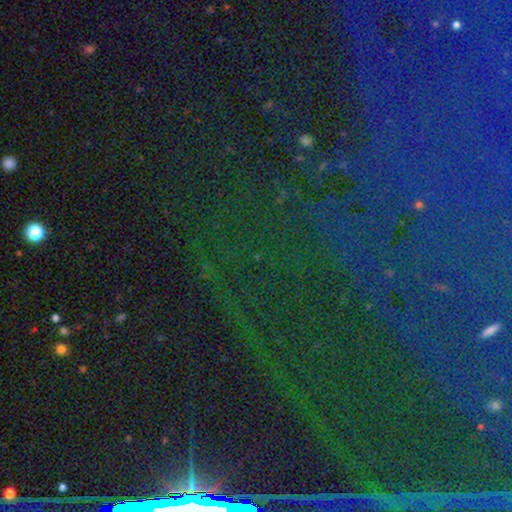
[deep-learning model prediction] Overall: star or artifact (86%).